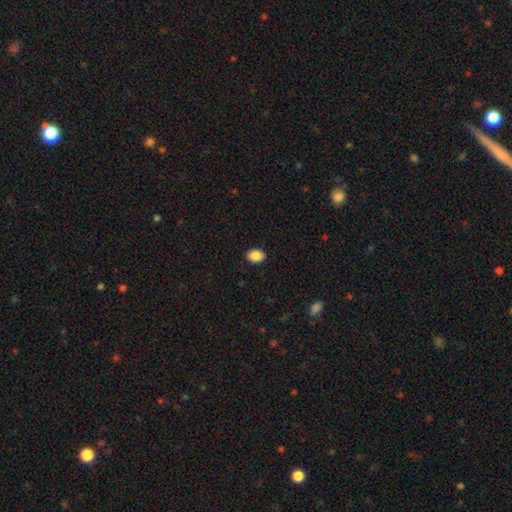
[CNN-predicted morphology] Smooth or featured: smooth — 89% (star or artifact — 8%)
How rounded: in between — 70% (round — 29%)
Merging: none — 90% (minor disturbance — 8%)